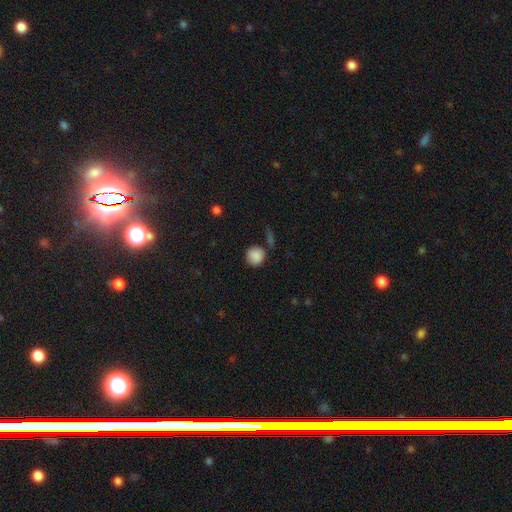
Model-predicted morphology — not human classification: A smooth galaxy with no disk features (88%) that is round (92%).

Vote fractions:
- Smooth or featured? smooth: 88% / star or artifact: 8% / featured or disk: 4%
- How rounded? round: 92% / in between: 7% / cigar-shaped: 1%
- Merging? none: 78% / minor disturbance: 13% / merger: 6% / major disturbance: 4%